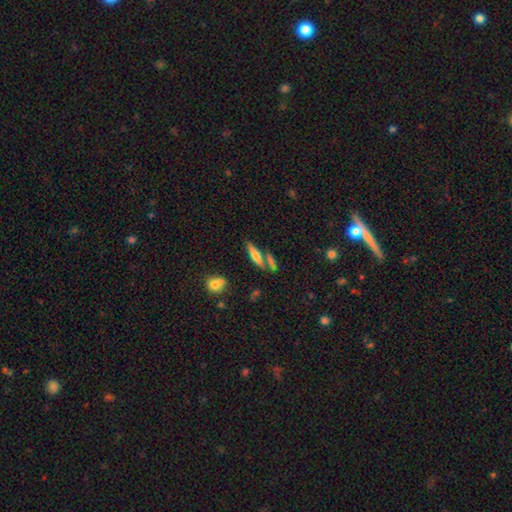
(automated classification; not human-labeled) A smooth galaxy with no disk features (57%) that is cigar-shaped (77%). Merging: none (65%).